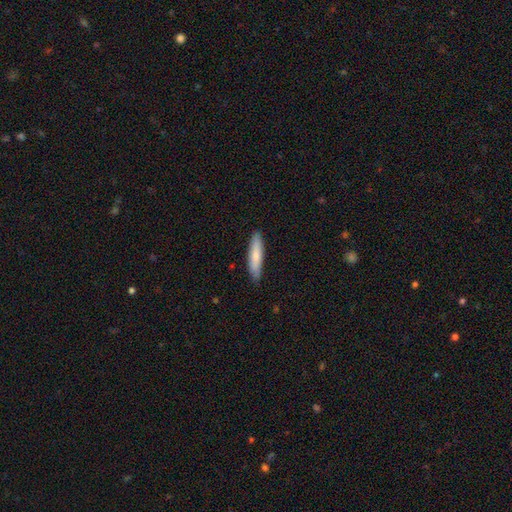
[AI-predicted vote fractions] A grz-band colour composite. It shows a smooth galaxy with no disk features (75%) that is cigar-shaped (82%). Merging: none (88%).